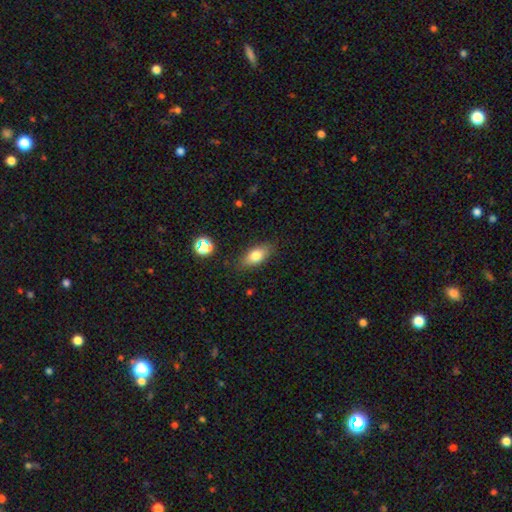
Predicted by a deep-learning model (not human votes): This appears to be a smooth galaxy with no disk features (77%) that is in between round and cigar-shaped (83%). Merging: none (83%).